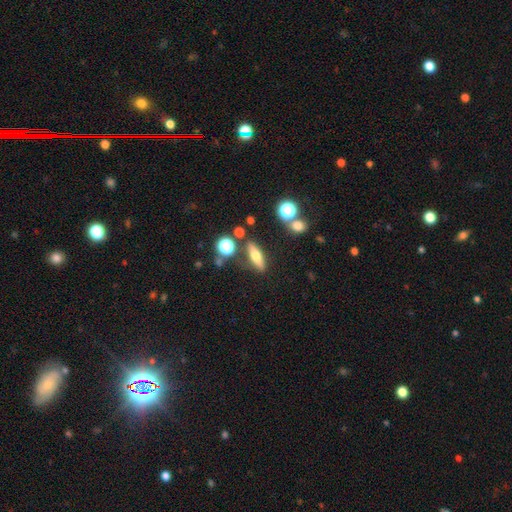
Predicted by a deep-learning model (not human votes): Smooth or featured? smooth (56%)
How rounded? cigar-shaped (53%)
Merging? none (78%)